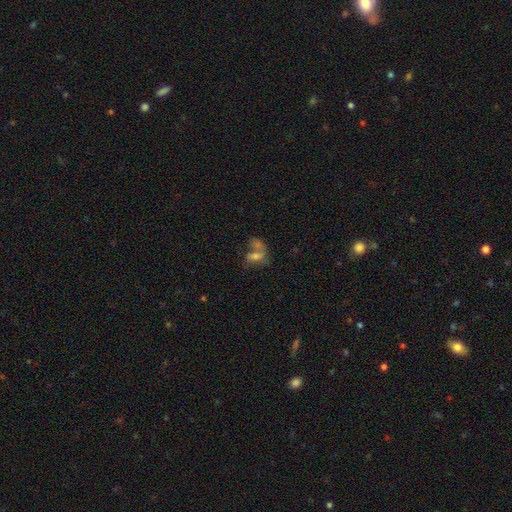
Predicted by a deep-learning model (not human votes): This appears to be a smooth galaxy with no disk features (42%). Merging: merger (53%).